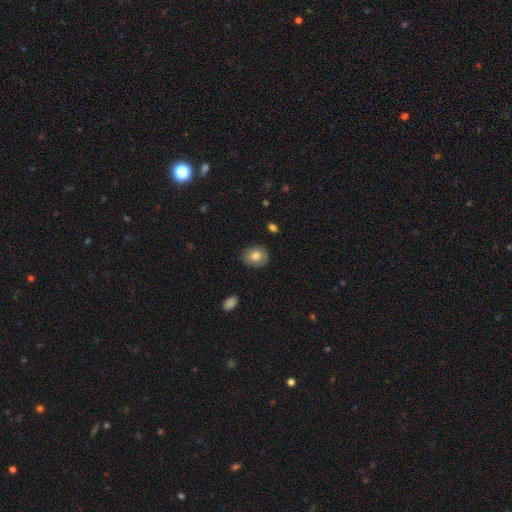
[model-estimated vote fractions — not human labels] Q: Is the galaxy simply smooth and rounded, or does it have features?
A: smooth — 78%.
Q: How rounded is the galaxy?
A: round — 56%.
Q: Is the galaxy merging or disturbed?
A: none — 83%.